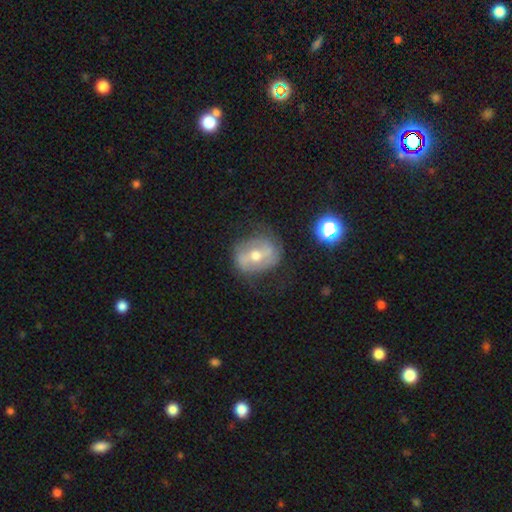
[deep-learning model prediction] Smooth or featured? Predicted: featured or disk (p=0.63). Edge-on disk? Predicted: no (p=0.94). Bar? Predicted: strong (p=0.38). Spiral arms? Predicted: yes (p=0.60). Bulge size? Predicted: moderate (p=0.68). Merging? Predicted: none (p=0.66).